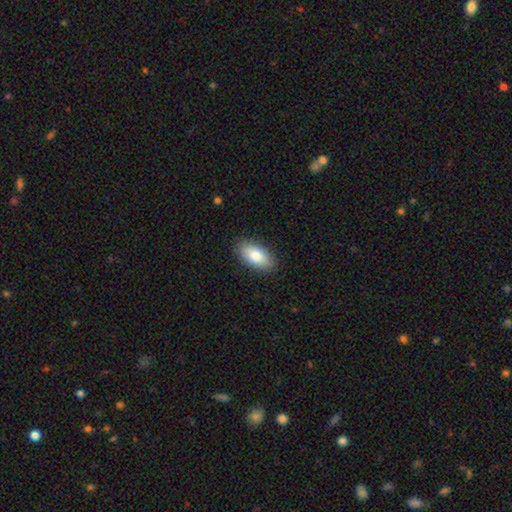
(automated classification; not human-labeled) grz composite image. It shows a smooth galaxy with no disk features (83%) that is in between round and cigar-shaped (92%). Merging: none (89%).